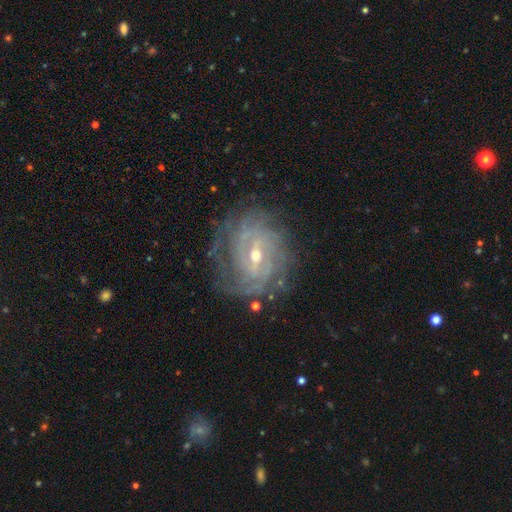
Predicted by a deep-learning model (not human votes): The model was most divided on "bulge size": small: 56%, moderate: 41%, large: 1%, none: 1%, dominant: 1%. Remaining: edge-on disk — no (96%); spiral arms — yes (95%); smooth or featured — featured or disk (88%); merging — none (71%); spiral winding — tight (69%); bar — weak (51%); spiral arm count — can't tell (39%).